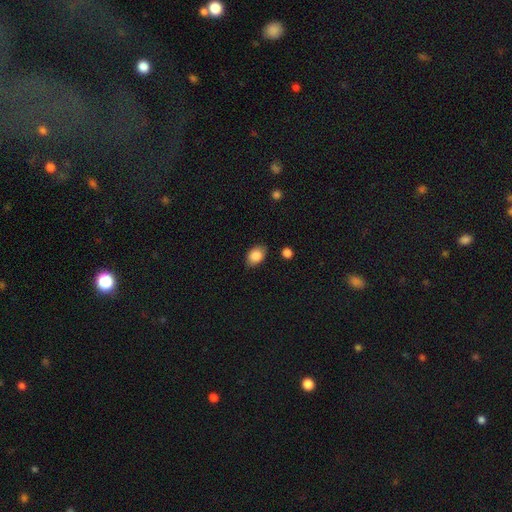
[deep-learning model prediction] smooth-or-featured: smooth: 86% | star or artifact: 8% | featured or disk: 6%
  how-rounded: in between: 76% | round: 22% | cigar-shaped: 1%
  merging: none: 80% | minor disturbance: 15% | major disturbance: 3% | merger: 2%